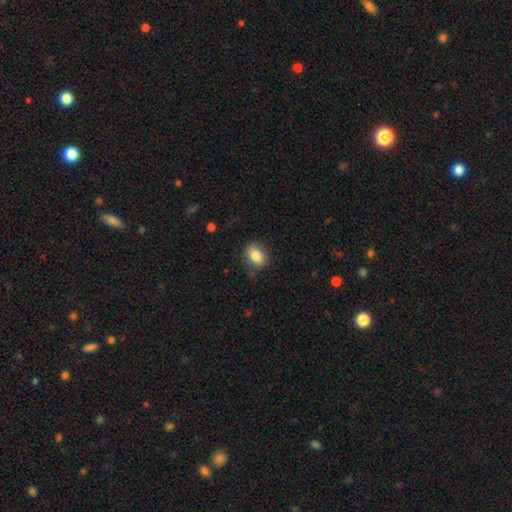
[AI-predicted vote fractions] Smooth or featured?
  - smooth: 83% *
  - featured or disk: 9%
  - star or artifact: 8%
How rounded?
  - in between: 68% *
  - round: 31%
  - cigar-shaped: 2%
Merging?
  - none: 85% *
  - minor disturbance: 11%
  - major disturbance: 3%
  - merger: 1%